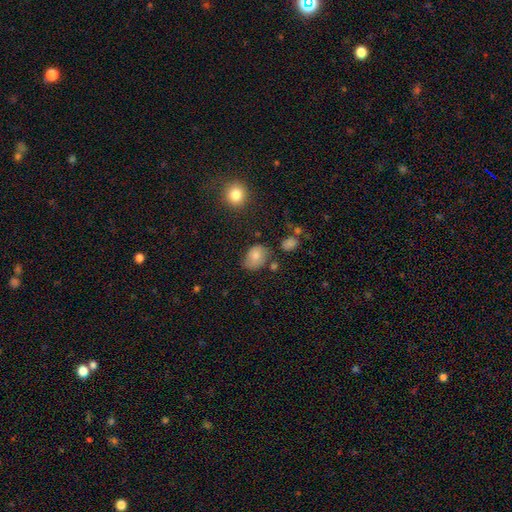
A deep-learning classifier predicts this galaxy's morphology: The model was most divided on "merging": none: 58%, minor disturbance: 29%, major disturbance: 8%, merger: 5%. More confident: smooth or featured — smooth (78%); how rounded — in between (68%).